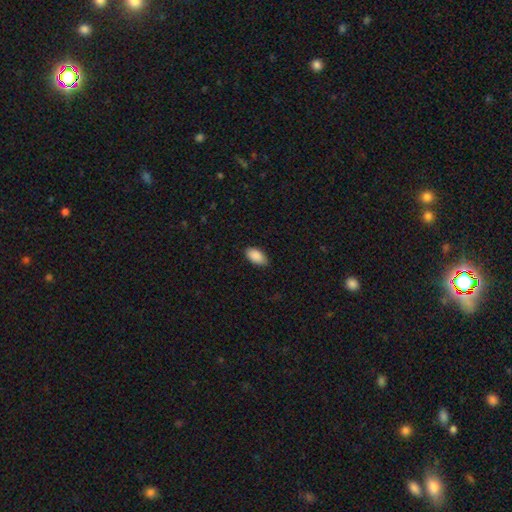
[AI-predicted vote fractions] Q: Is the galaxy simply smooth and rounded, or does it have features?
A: smooth — 90%.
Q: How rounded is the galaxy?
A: in between — 95%.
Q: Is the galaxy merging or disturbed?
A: none — 84%.